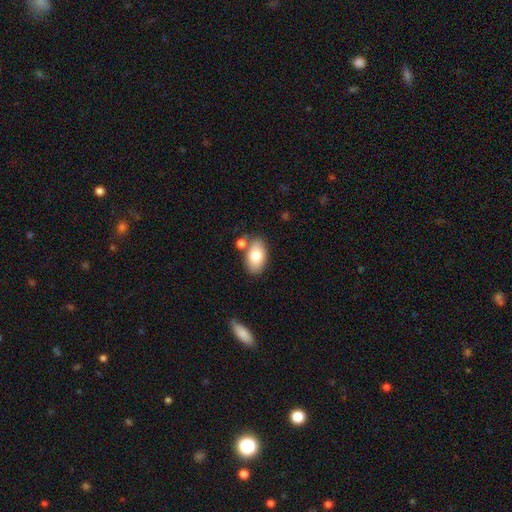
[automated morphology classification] A smooth galaxy with no disk features (77%) that is in between round and cigar-shaped (92%). Merging: none (73%).